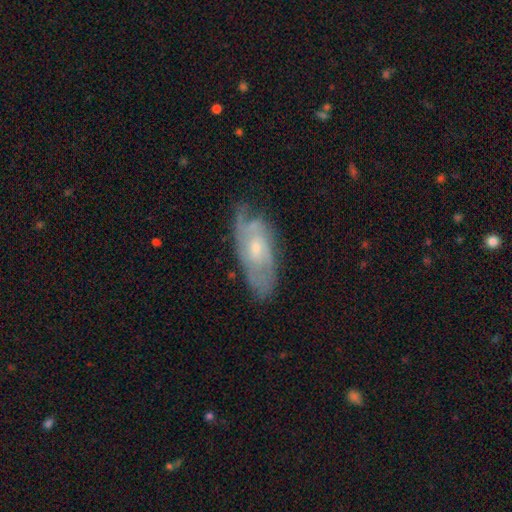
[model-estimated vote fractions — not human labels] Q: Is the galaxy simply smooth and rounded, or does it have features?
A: featured or disk — 69%.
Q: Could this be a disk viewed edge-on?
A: no — 85%.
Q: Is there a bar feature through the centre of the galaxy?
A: no — 71%.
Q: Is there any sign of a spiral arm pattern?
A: yes — 83%.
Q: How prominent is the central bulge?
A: small — 49%.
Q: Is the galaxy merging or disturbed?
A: none — 71%.